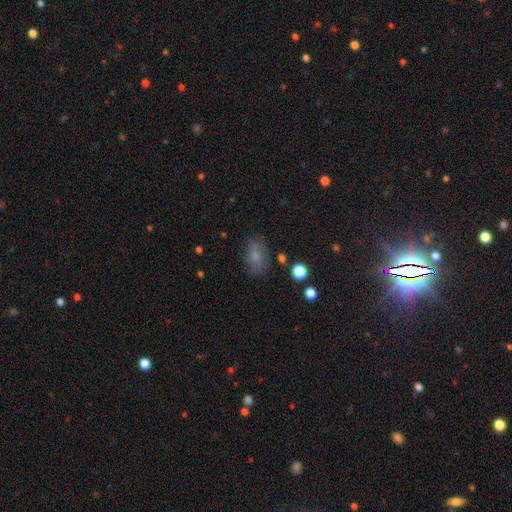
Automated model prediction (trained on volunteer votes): Morphology: type=smooth (74%); roundness=in between (85%); merging=none (72%).